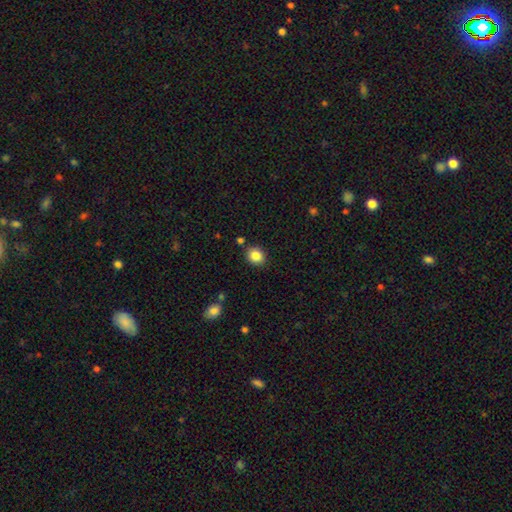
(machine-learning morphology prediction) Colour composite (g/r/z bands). It shows a smooth galaxy with no disk features (85%) that is round (70%). Merging: none (84%).